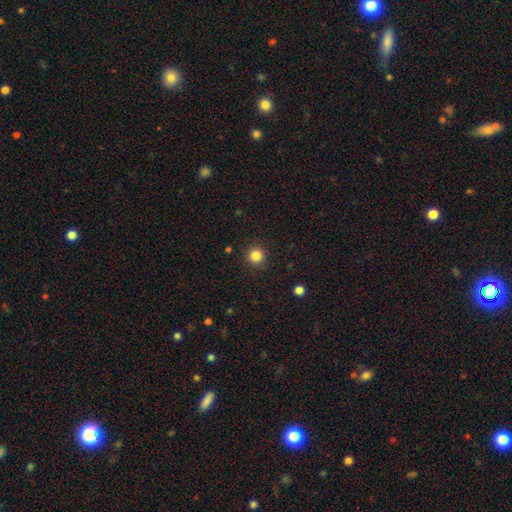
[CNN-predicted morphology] A smooth galaxy with no disk features (84%) that is round (94%). Merging: none (91%).